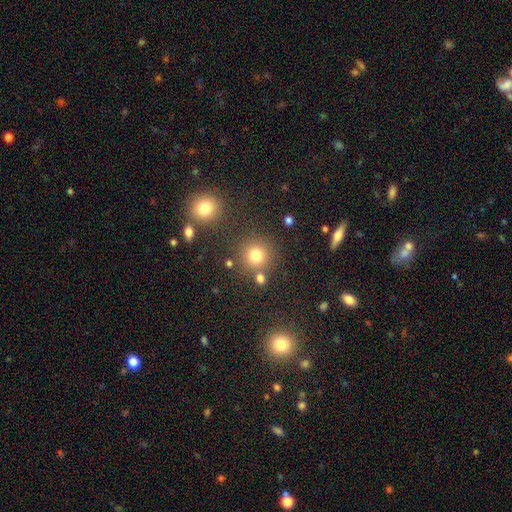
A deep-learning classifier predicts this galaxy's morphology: The model was most divided on "smooth or featured": smooth: 77%, star or artifact: 16%, featured or disk: 7%. More confident: how rounded — round (91%); merging — none (78%).